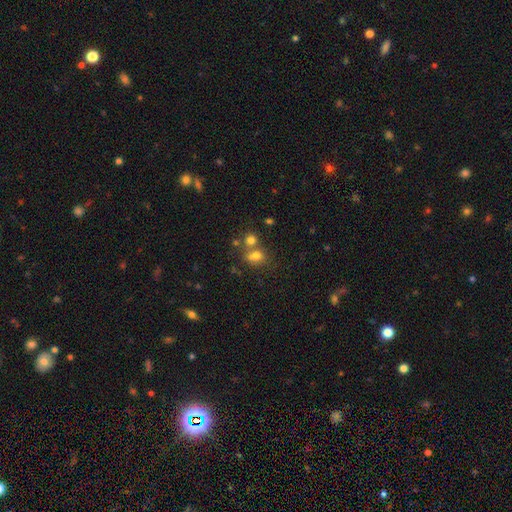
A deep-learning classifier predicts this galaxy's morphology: This appears to be a smooth galaxy with no disk features (69%) that is round (61%). Merging: merger (43%).